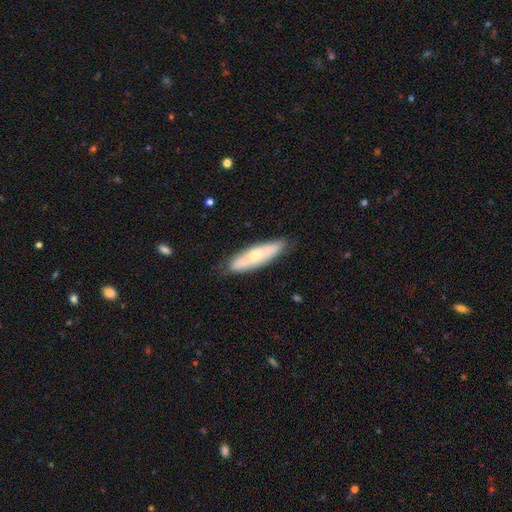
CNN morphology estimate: The model was most divided on "smooth or featured": smooth: 54%, featured or disk: 41%, star or artifact: 6%. More confident: merging — none (78%); how rounded — cigar-shaped (58%).